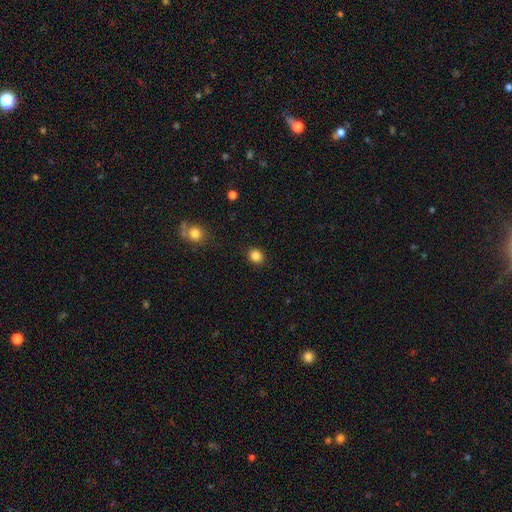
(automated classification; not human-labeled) A smooth galaxy with no disk features (85%) that is round (69%). Merging: none (89%).